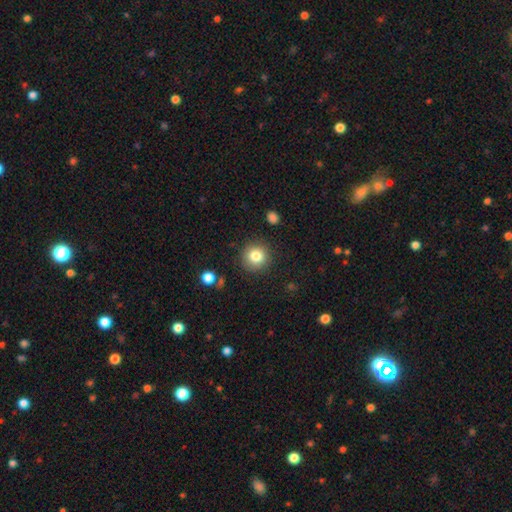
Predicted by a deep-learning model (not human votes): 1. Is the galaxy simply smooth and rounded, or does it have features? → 82% smooth, 11% star or artifact, 8% featured or disk.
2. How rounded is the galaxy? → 93% round, 6% in between, 1% cigar-shaped.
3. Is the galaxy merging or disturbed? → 89% none, 7% minor disturbance, 3% major disturbance, 2% merger.